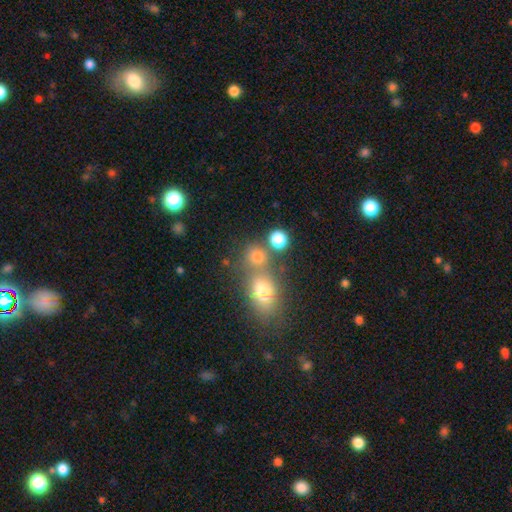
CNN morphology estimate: Smooth or featured?
  - smooth: 71% *
  - star or artifact: 18%
  - featured or disk: 10%
How rounded?
  - round: 72% *
  - in between: 26%
  - cigar-shaped: 2%
Merging?
  - none: 53% *
  - merger: 33%
  - minor disturbance: 9%
  - major disturbance: 5%